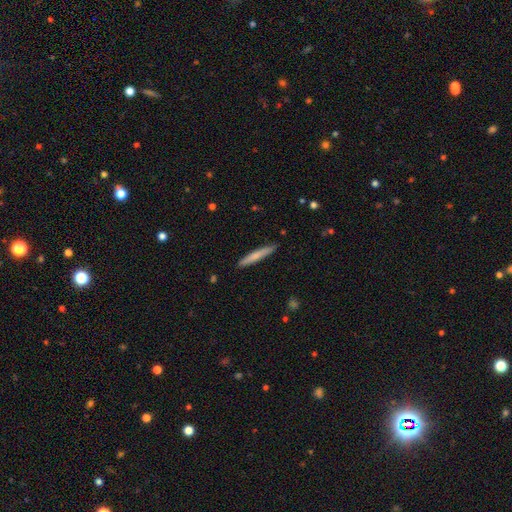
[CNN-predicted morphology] A smooth galaxy with no disk features (69%) that is cigar-shaped (95%). Merging: none (90%).